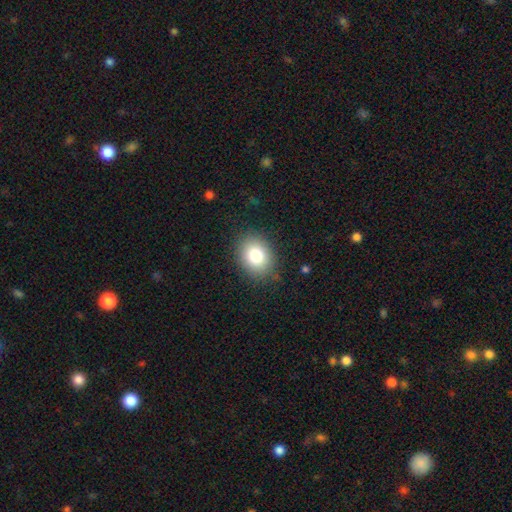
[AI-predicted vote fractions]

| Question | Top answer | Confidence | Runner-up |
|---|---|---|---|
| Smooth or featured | smooth | 81% | star or artifact (10%) |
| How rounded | in between | 50% | tied: round (50%) |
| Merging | none | 85% | minor disturbance (10%) |